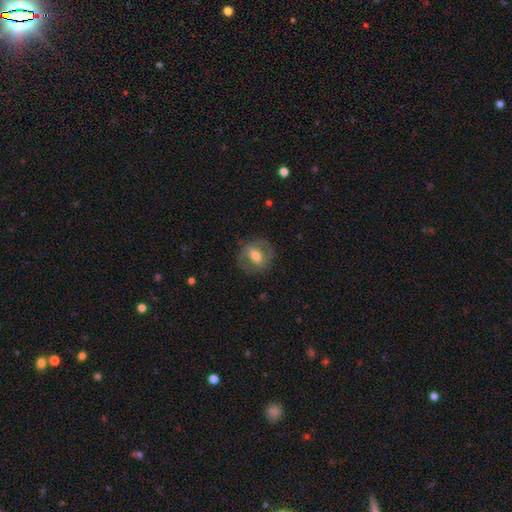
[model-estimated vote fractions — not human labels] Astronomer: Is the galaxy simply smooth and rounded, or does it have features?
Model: featured or disk — 50% (runner-up: smooth, 43%).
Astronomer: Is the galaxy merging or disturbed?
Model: none — 79%.